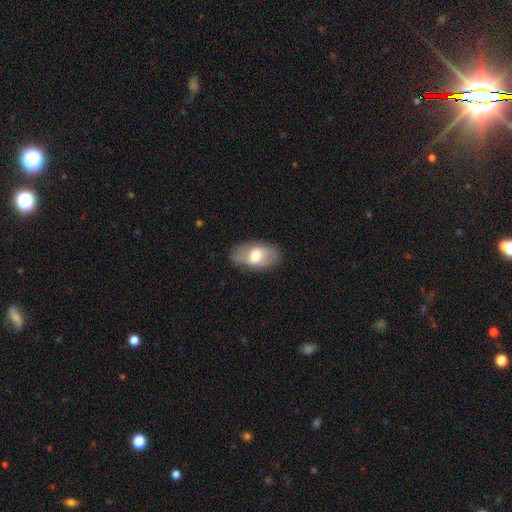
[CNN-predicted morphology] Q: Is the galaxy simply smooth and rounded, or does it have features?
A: smooth — 58%.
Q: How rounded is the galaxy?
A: in between — 92%.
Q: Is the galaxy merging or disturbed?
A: none — 78%.